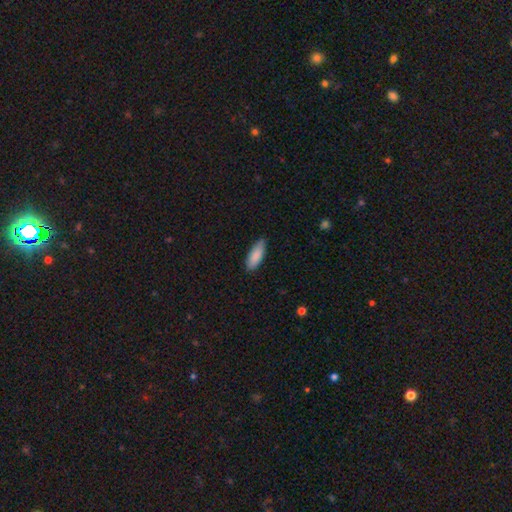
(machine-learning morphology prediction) This is clearly a smooth galaxy (87%). How rounded: likely in between (68%). Merging: likely none (79%).